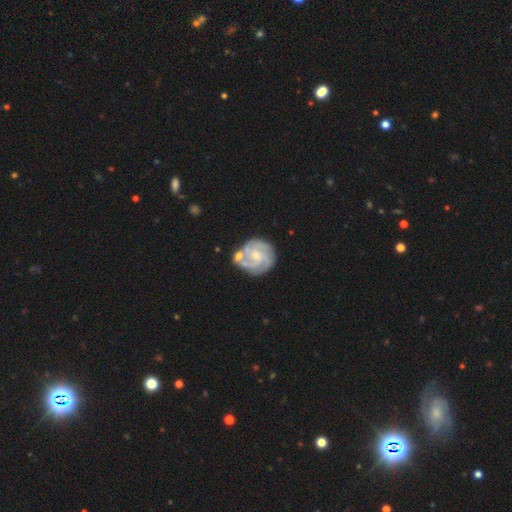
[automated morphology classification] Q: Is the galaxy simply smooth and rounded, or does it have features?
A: featured or disk — 83%.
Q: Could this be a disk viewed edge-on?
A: no — 98%.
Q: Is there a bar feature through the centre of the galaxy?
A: no — 65%.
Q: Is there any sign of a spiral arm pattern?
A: yes — 95%.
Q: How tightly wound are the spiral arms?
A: tight — 58%.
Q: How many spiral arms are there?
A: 3 — 38%.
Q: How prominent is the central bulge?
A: small — 60%.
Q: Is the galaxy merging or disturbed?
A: none — 64%.